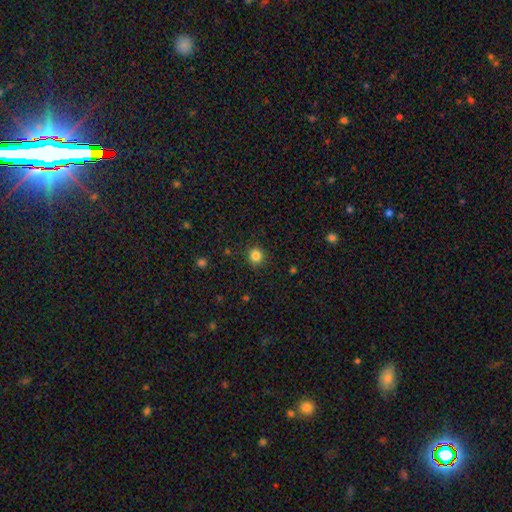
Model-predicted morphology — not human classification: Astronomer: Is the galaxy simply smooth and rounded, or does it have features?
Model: smooth — 84%.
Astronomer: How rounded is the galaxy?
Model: round — 88%.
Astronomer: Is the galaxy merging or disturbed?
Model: none — 88%.